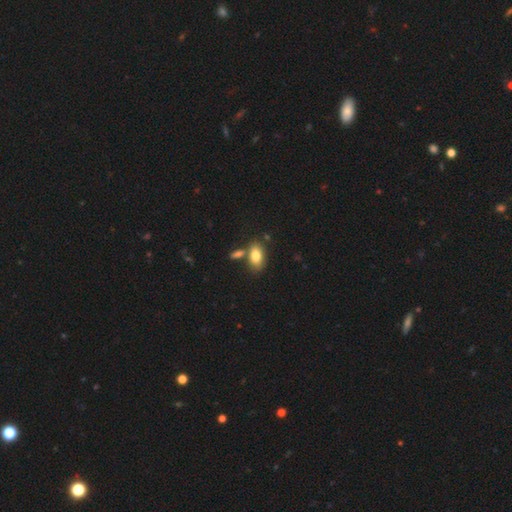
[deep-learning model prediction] A smooth galaxy with no disk features (80%) that is in between round and cigar-shaped (90%). Merging: none (64%).